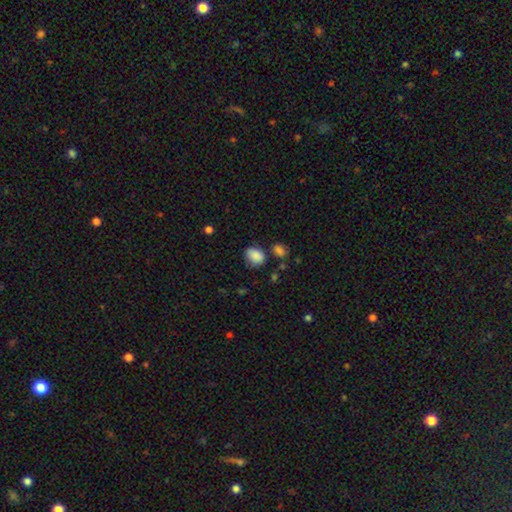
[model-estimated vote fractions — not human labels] The model was most divided on "how rounded": in between: 64%, round: 35%, cigar-shaped: 1%. More confident: smooth or featured — smooth (86%); merging — none (65%).